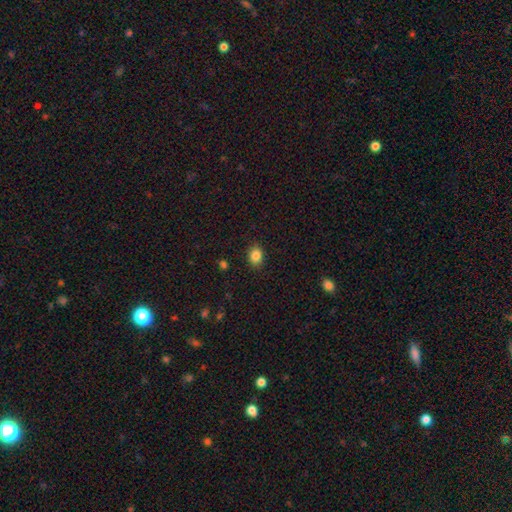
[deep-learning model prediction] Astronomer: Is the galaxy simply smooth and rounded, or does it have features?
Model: smooth — 85%.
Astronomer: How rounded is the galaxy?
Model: in between — 59% (runner-up: round, 40%).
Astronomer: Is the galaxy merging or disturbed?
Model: none — 88%.